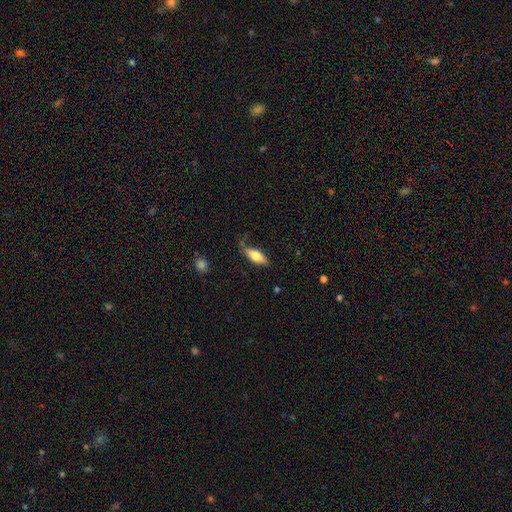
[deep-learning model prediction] A smooth galaxy with no disk features (68%) that is in between round and cigar-shaped (64%).

Vote fractions:
- Smooth or featured? smooth: 68% / featured or disk: 26% / star or artifact: 6%
- How rounded? in between: 64% / cigar-shaped: 33% / round: 2%
- Merging? none: 68% / minor disturbance: 23% / major disturbance: 6% / merger: 3%